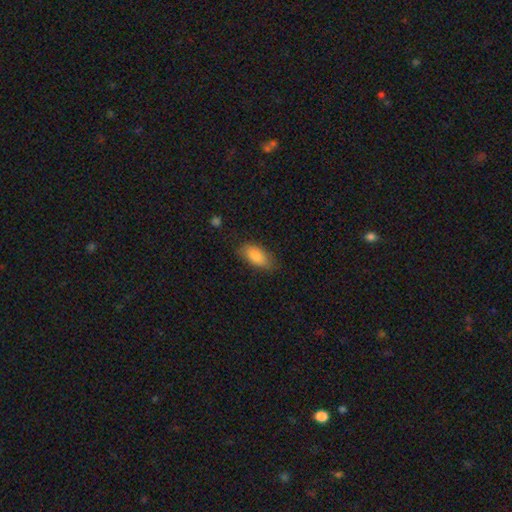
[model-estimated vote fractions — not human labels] Smooth or featured? smooth (85%)
How rounded? in between (89%)
Merging? none (75%)